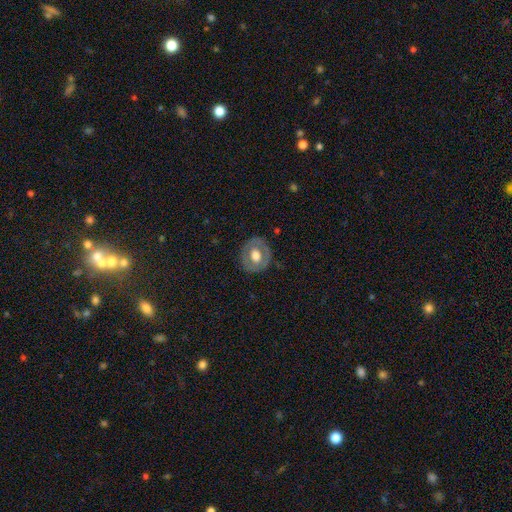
This is possibly a featured or disk galaxy (47%). It is clearly not viewed edge-on (100%). Bar: clearly no (94%). Spiral arm pattern: clearly no (94%). Central bulge: likely large (67%). Merging: clearly none (86%).